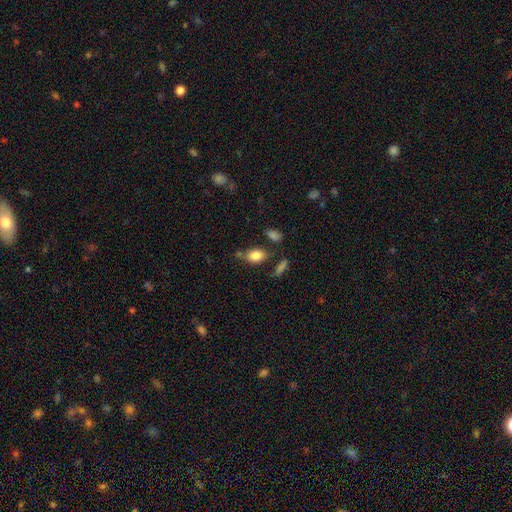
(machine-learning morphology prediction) The model was most divided on "merging": none: 68%, minor disturbance: 16%, merger: 10%, major disturbance: 5%. More confident: how rounded — in between (83%); smooth or featured — smooth (82%).